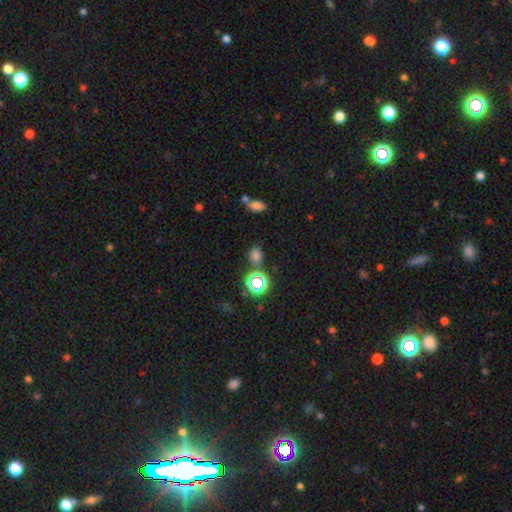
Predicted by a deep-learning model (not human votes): Overall: smooth (64%; star or artifact 29%). How rounded: in between (58%; round 40%). Merging: none (69%).